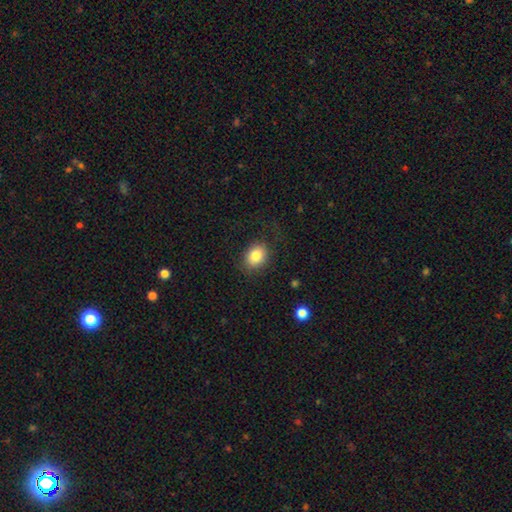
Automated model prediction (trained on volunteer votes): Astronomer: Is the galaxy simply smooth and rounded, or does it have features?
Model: smooth — 84%.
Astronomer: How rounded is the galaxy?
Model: in between — 58% (runner-up: round, 41%).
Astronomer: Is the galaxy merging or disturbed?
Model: none — 76%.